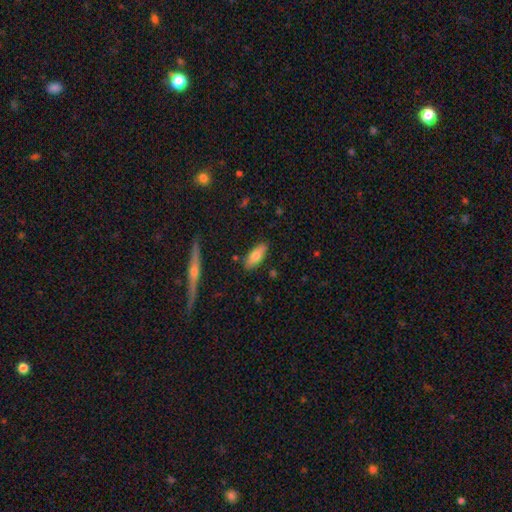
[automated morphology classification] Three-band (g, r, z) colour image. It shows a smooth galaxy with no disk features (73%) that is in between round and cigar-shaped (75%). Merging: none (85%).